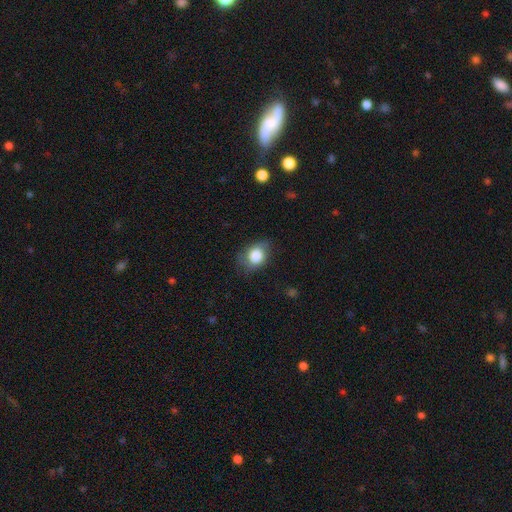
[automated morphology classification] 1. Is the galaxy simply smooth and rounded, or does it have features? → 81% smooth, 11% featured or disk, 9% star or artifact.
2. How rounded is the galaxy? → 60% in between, 38% round, 1% cigar-shaped.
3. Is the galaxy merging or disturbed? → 65% none, 26% minor disturbance, 7% major disturbance, 1% merger.